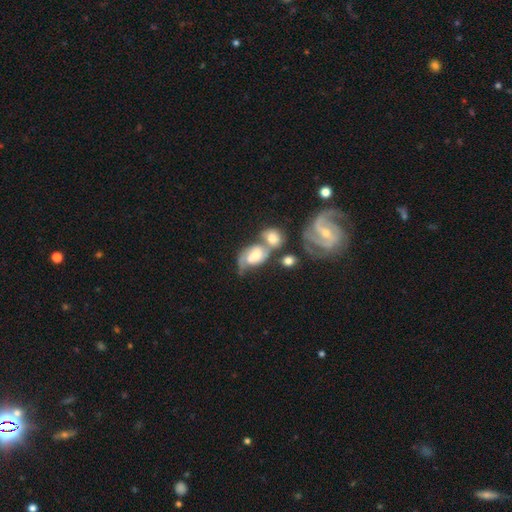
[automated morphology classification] Q: Smooth or featured?
A: featured or disk (70%); runner-up: smooth (22%)
Q: Edge-on disk?
A: no (97%); runner-up: yes (3%)
Q: Bar?
A: no (43%); runner-up: weak (42%)
Q: Spiral arms?
A: yes (92%); runner-up: no (8%)
Q: Spiral winding?
A: medium (48%); runner-up: tight (31%)
Q: Spiral arm count?
A: 2 (76%); runner-up: can't tell (10%)
Q: Bulge size?
A: moderate (53%); runner-up: small (25%)
Q: Merging?
A: merger (53%); runner-up: none (24%)